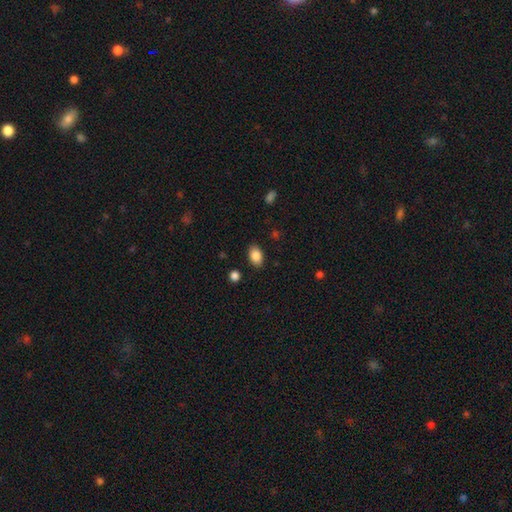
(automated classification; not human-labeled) This appears to be a smooth galaxy with no disk features (86%) that is in between round and cigar-shaped (86%). Merging: none (86%).